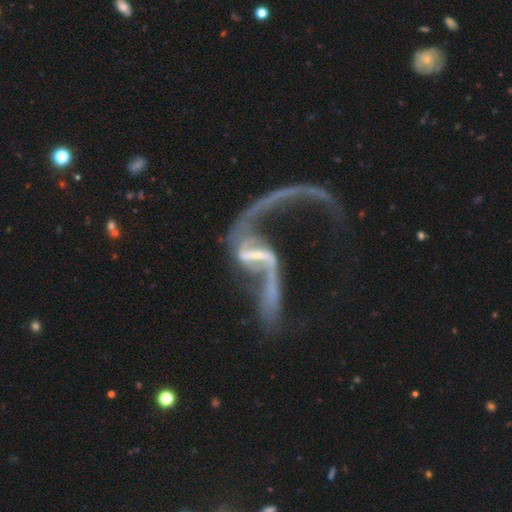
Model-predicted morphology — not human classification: This is clearly a featured or disk galaxy (89%). It is clearly not viewed edge-on (95%). Bar: possibly strong (54%). Spiral arm pattern: clearly yes (91%). Spiral arm count: clearly 2 (88%). Spiral winding: clearly loose (92%). Central bulge: possibly small (55%). Merging: marginally major disturbance (37%).